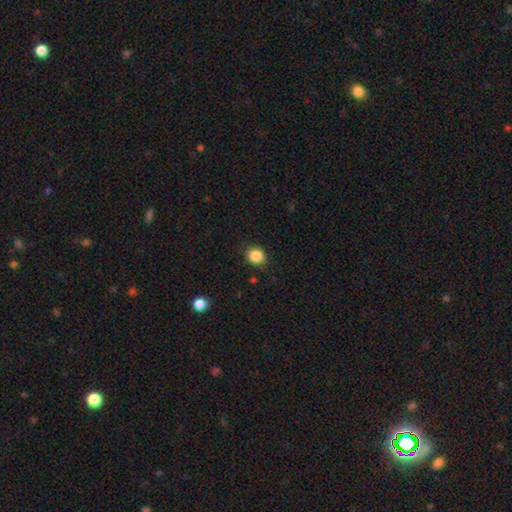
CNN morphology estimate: Smooth or featured? Predicted: smooth (p=0.86). How rounded? Predicted: round (p=0.76). Merging? Predicted: none (p=0.87).